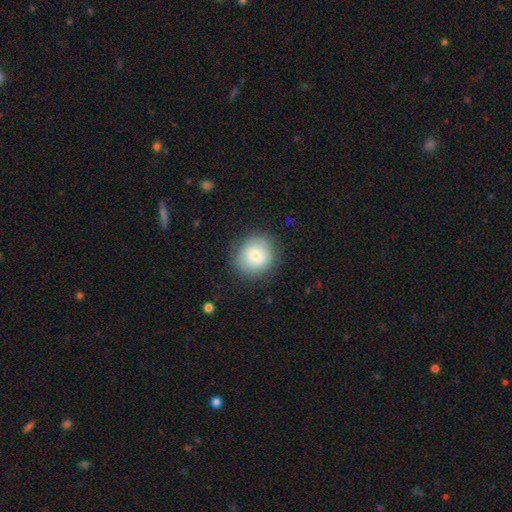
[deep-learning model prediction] Overall: smooth (77%). How rounded: round (87%). Merging: none (82%).